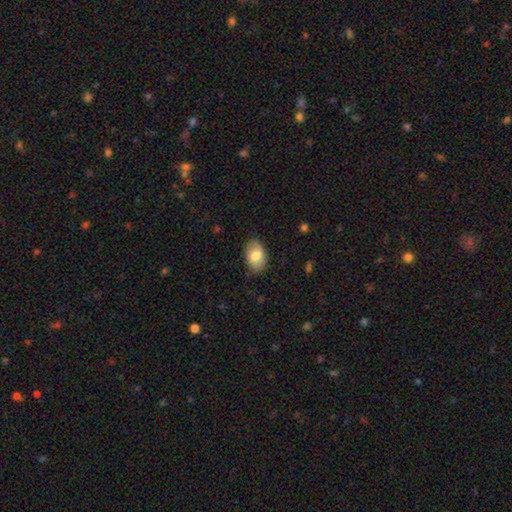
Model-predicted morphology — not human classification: smooth 78%, featured or disk 16%, star or artifact 6%. Down the decision tree: how rounded — in between (90%); merging — none (84%).